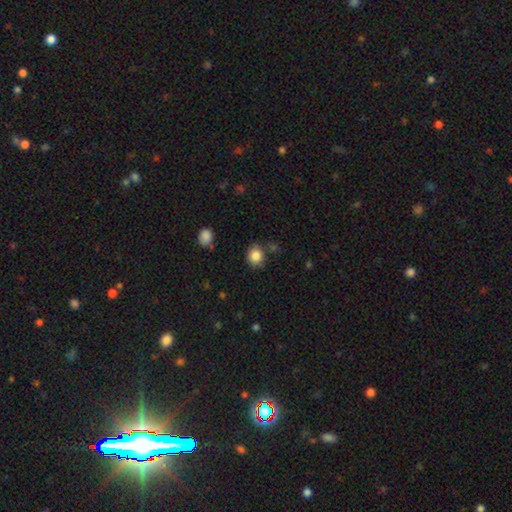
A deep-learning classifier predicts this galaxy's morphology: This is clearly a smooth galaxy (84%). How rounded: likely round (76%). Merging: likely none (74%).